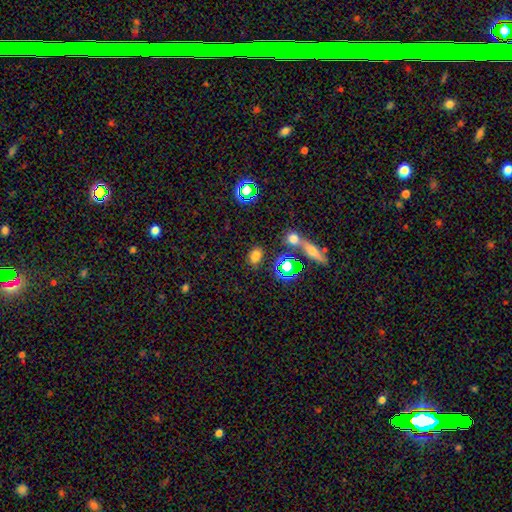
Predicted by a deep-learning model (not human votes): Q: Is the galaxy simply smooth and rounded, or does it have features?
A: smooth — 71%.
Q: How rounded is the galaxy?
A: in between — 76%.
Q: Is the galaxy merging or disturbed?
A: none — 77%.